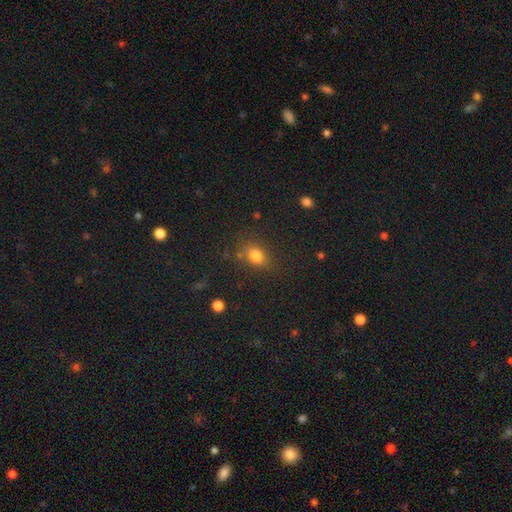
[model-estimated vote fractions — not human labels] A smooth galaxy with no disk features (79%) that is in between round and cigar-shaped (62%). Merging: none (73%).